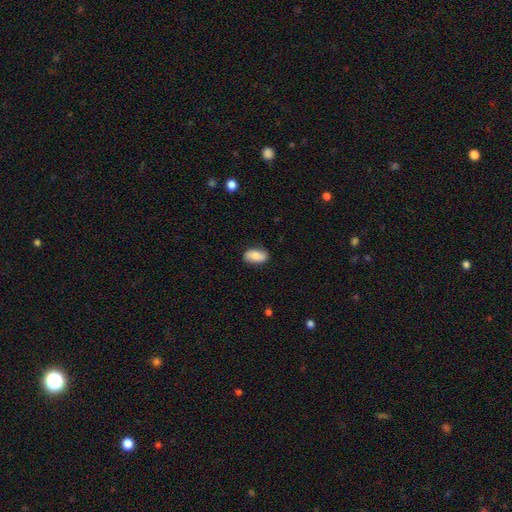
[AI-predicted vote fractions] A smooth galaxy with no disk features (76%) that is in between round and cigar-shaped (93%).

Vote fractions:
- Smooth or featured? smooth: 76% / featured or disk: 17% / star or artifact: 7%
- How rounded? in between: 93% / round: 5% / cigar-shaped: 3%
- Merging? none: 82% / minor disturbance: 14% / major disturbance: 3% / merger: 1%